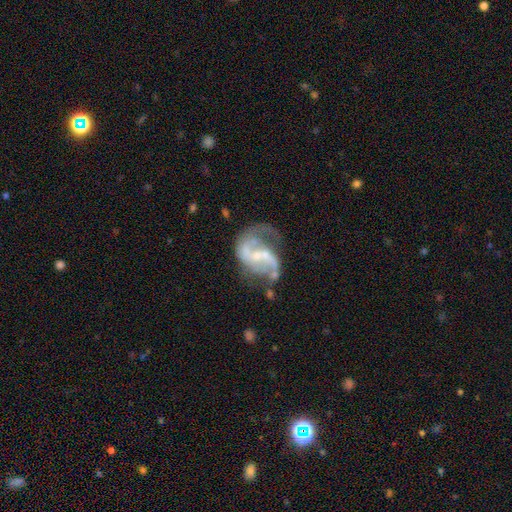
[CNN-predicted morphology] featured or disk 86%, smooth 7%, star or artifact 7%. Down the decision tree: edge-on disk — no (98%); bar — weak (43%); spiral arms — yes (91%); spiral arm count — 2 (83%); spiral winding — loose (49%); bulge size — small (61%); merging — none (45%).